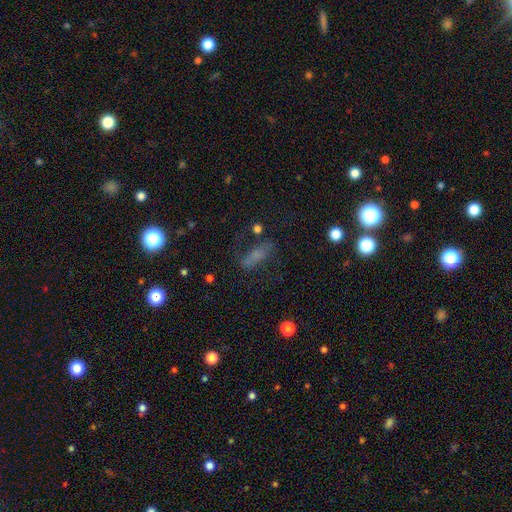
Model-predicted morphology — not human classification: Smooth or featured: smooth — 49% (featured or disk — 31%)
Merging: none — 55% (minor disturbance — 22%)